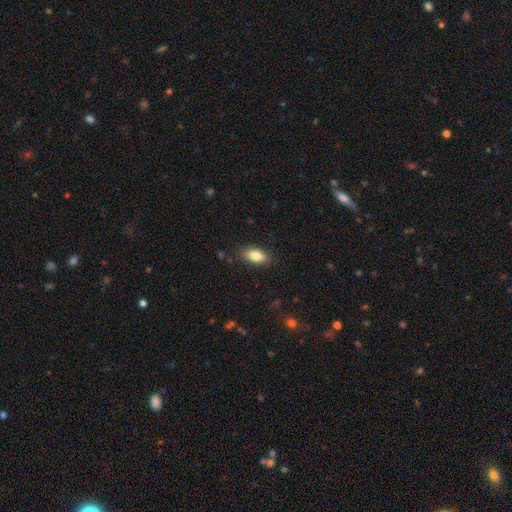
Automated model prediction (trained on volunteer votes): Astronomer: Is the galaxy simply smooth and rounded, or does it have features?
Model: smooth — 84%.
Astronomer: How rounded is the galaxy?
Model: in between — 88%.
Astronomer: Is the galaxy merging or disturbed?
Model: none — 86%.